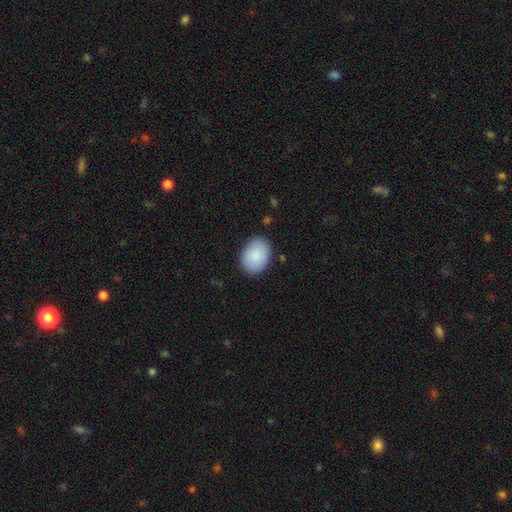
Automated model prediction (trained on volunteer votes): Morphology: type=smooth (88%); roundness=in between (73%); merging=none (85%).